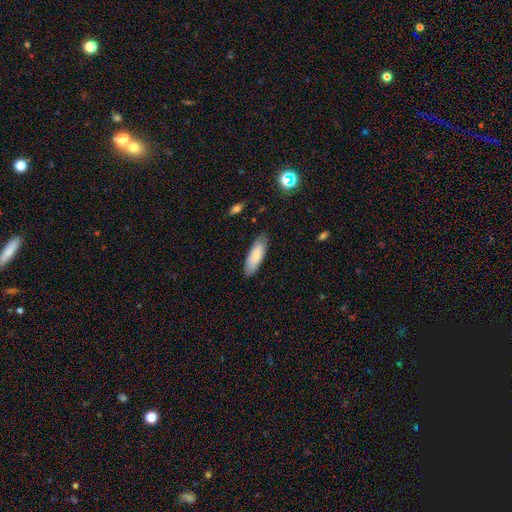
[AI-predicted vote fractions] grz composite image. It shows a smooth galaxy with no disk features (75%) that is in between round and cigar-shaped (59%). Merging: none (81%).